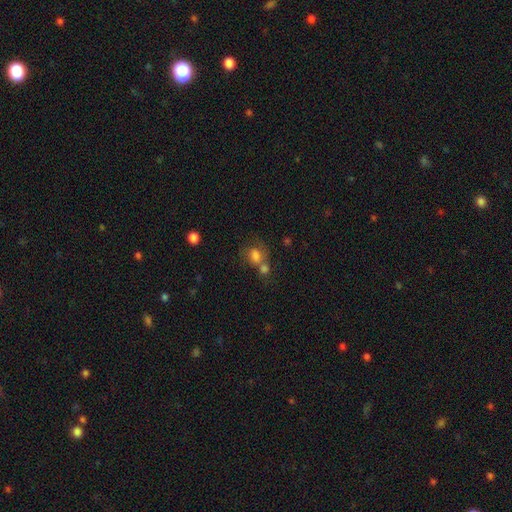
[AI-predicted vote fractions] This is likely a smooth galaxy (73%). How rounded: possibly in between (52%). Merging: possibly merger (45%).